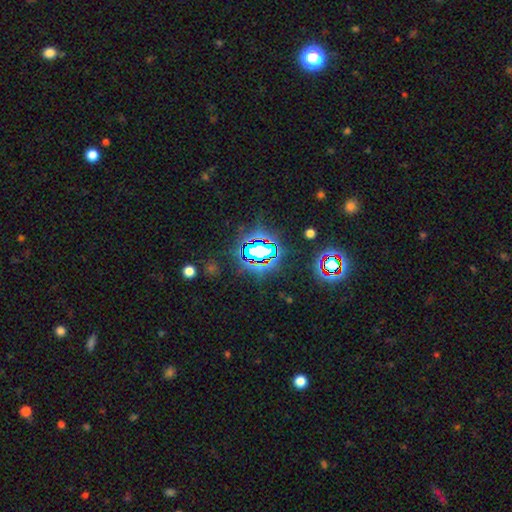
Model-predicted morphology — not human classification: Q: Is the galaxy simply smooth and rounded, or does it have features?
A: star or artifact — 73%.